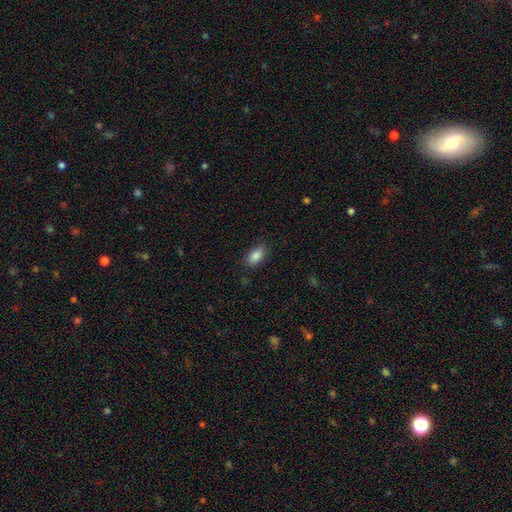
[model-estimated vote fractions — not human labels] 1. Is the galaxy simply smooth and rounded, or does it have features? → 87% smooth, 8% star or artifact, 5% featured or disk.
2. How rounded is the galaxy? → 91% in between, 6% round, 3% cigar-shaped.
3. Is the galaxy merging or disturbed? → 85% none, 11% minor disturbance, 3% major disturbance, 1% merger.